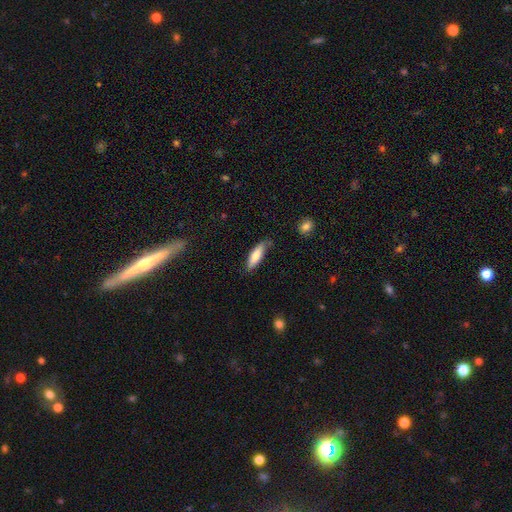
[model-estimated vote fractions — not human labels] This is likely a smooth galaxy (79%). How rounded: possibly cigar-shaped (55%). Merging: likely none (67%).